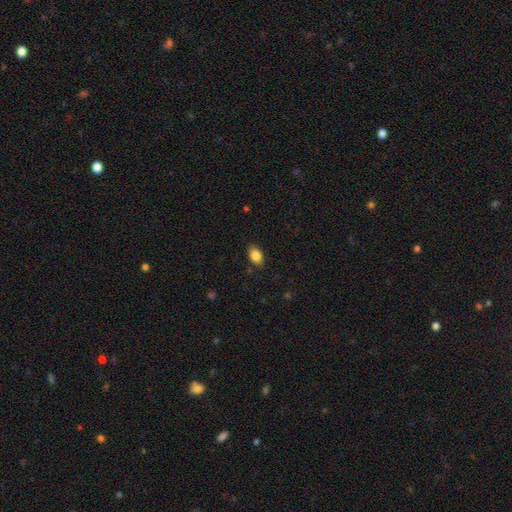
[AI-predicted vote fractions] Morphology: type=smooth (86%); roundness=in between (83%); merging=none (84%).